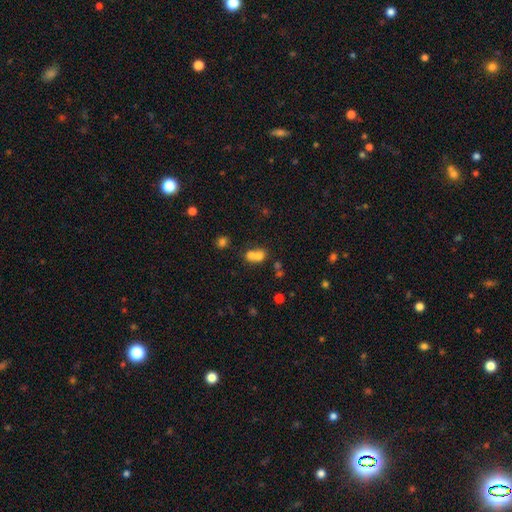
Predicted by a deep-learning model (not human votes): Smooth or featured: smooth — 70% (featured or disk — 16%)
How rounded: round — 61% (in between — 38%)
Merging: merger — 64% (none — 26%)